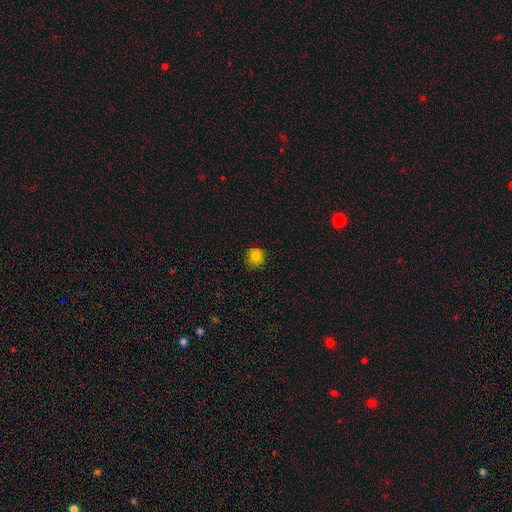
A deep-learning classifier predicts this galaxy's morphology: A smooth galaxy with no disk features (82%) that is round (88%). Merging: none (83%).